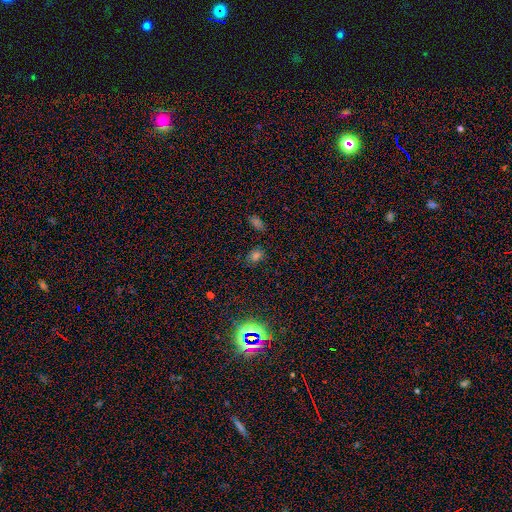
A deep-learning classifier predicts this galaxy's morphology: Smooth or featured? Predicted: smooth (p=0.62). How rounded? Predicted: in between (p=0.75). Merging? Predicted: none (p=0.79).